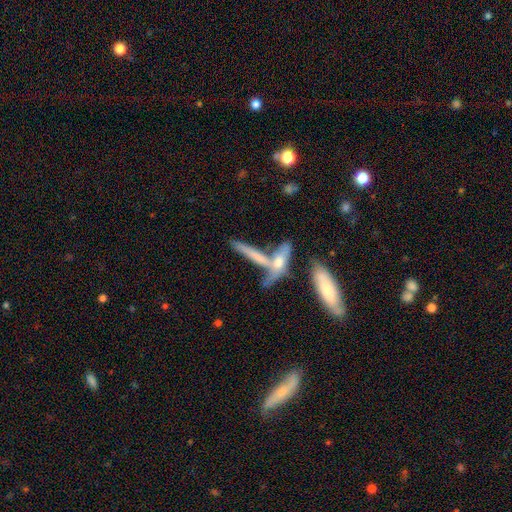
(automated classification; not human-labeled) Morphology: type=smooth (51%); roundness=cigar-shaped (81%); merging=none (42%).